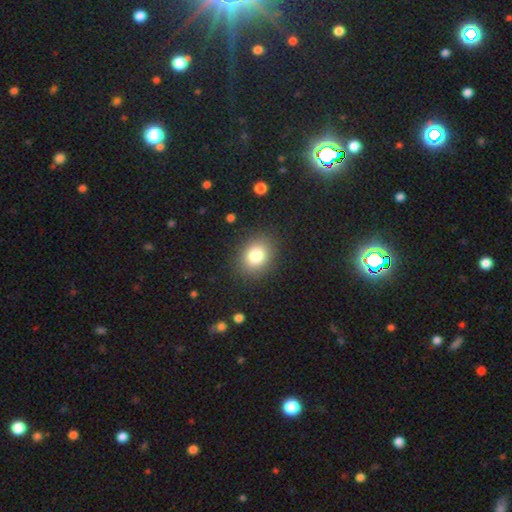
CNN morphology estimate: This is clearly a smooth galaxy (80%). How rounded: possibly round (54%). Merging: clearly none (87%).